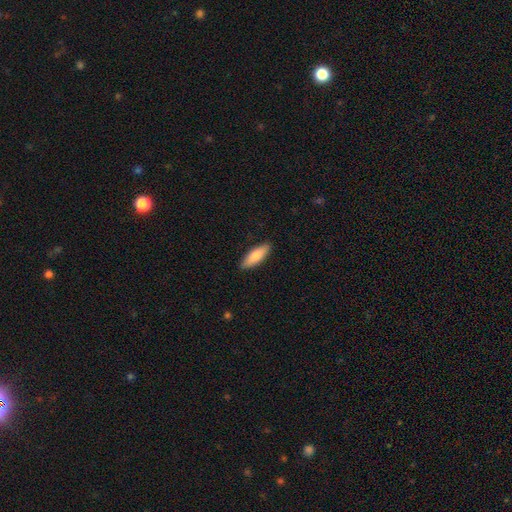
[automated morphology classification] This appears to be a smooth galaxy with no disk features (82%) that is in between round and cigar-shaped (50%). Merging: none (89%).